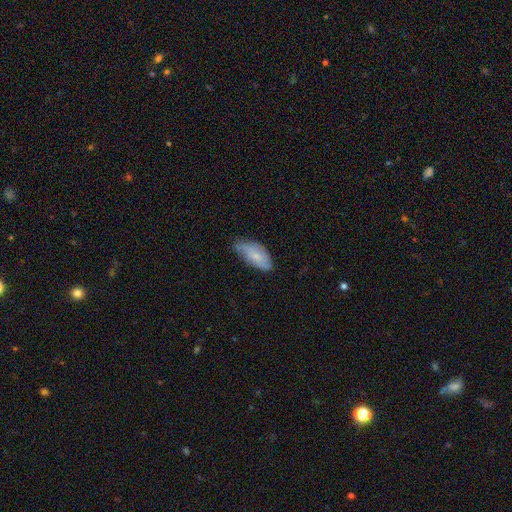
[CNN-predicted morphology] Smooth or featured? Predicted: smooth (p=0.59). How rounded? Predicted: in between (p=0.89). Merging? Predicted: none (p=0.48).